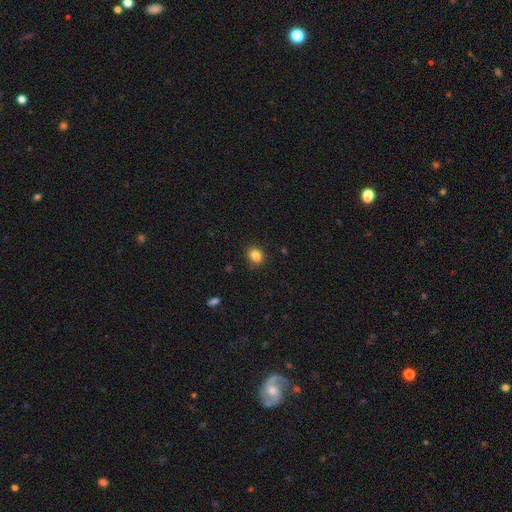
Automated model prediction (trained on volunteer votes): Smooth or featured?
  - smooth: 84% *
  - star or artifact: 11%
  - featured or disk: 5%
How rounded?
  - round: 55% *
  - in between: 44%
  - cigar-shaped: 1%
Merging?
  - none: 83% *
  - minor disturbance: 12%
  - major disturbance: 3%
  - merger: 3%